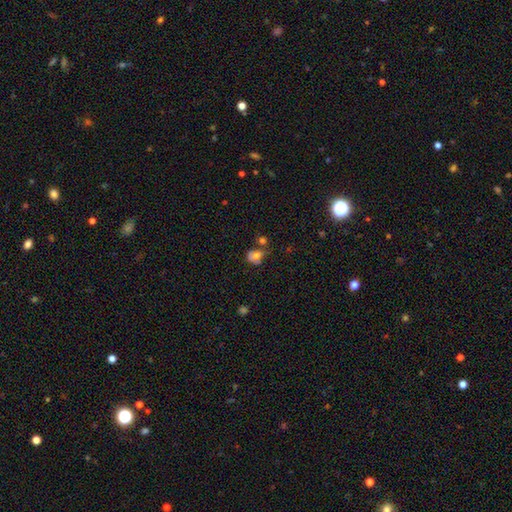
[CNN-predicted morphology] Q: Smooth or featured?
A: smooth (61%); runner-up: featured or disk (27%)
Q: How rounded?
A: round (52%); runner-up: in between (46%)
Q: Merging?
A: none (32%); runner-up: merger (29%)